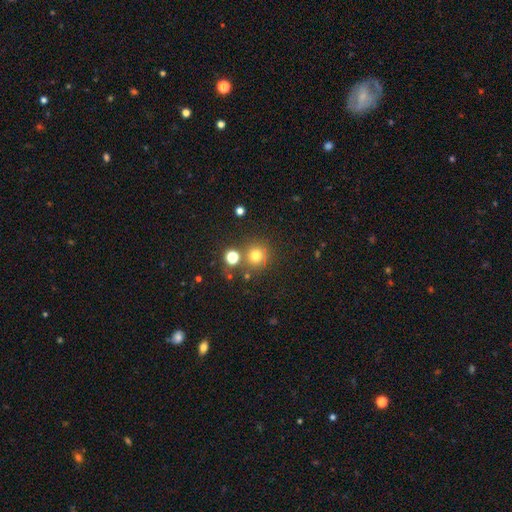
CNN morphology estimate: A smooth galaxy with no disk features (74%) that is round (93%).

Vote fractions:
- Smooth or featured? smooth: 74% / star or artifact: 17% / featured or disk: 8%
- How rounded? round: 93% / in between: 6% / cigar-shaped: 1%
- Merging? none: 77% / merger: 11% / minor disturbance: 8% / major disturbance: 4%